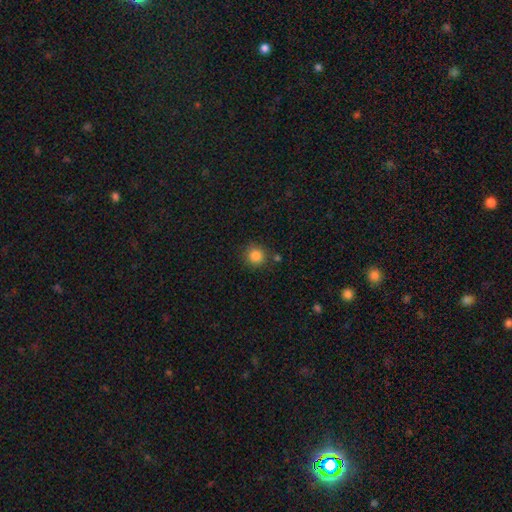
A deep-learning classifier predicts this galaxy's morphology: A smooth galaxy with no disk features (84%) that is round (93%). Merging: none (82%).